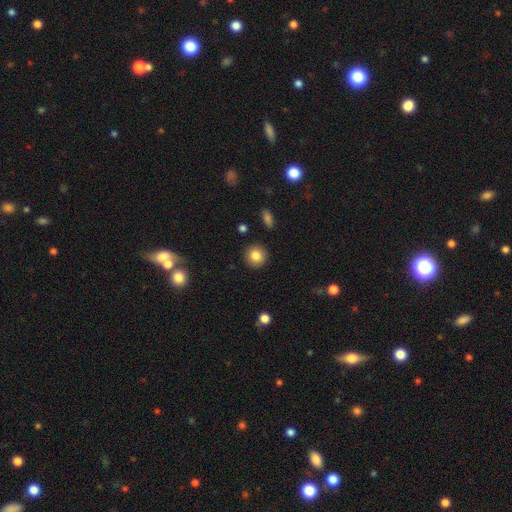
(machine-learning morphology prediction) Overall: smooth (84%). How rounded: round (92%). Merging: none (91%).